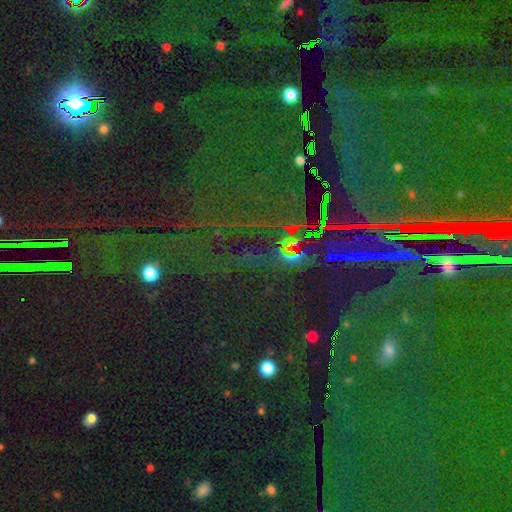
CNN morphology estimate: smooth_or_featured: star or artifact (p=0.87) [alt: smooth p=0.07]